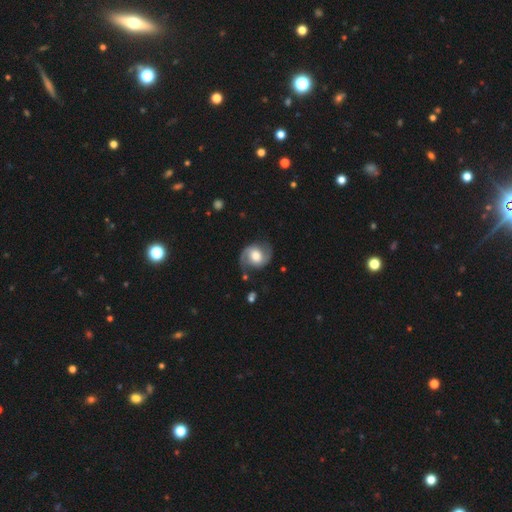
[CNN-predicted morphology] The model was most divided on "bulge size": large: 45%, moderate: 40%, small: 6%, dominant: 6%, none: 3%. More confident: edge-on disk — no (98%); spiral arms — yes (93%); spiral arm count — 2 (92%); smooth or featured — featured or disk (79%); merging — none (76%); bar — no (54%); spiral winding — medium (52%).